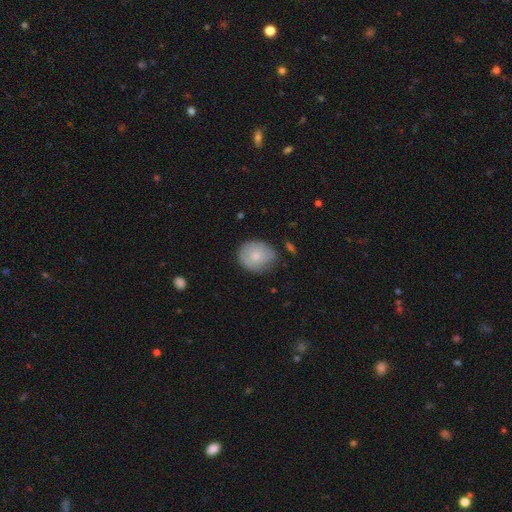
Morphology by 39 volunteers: type=smooth (77%); roundness=in between (50%); merging=none (54%).